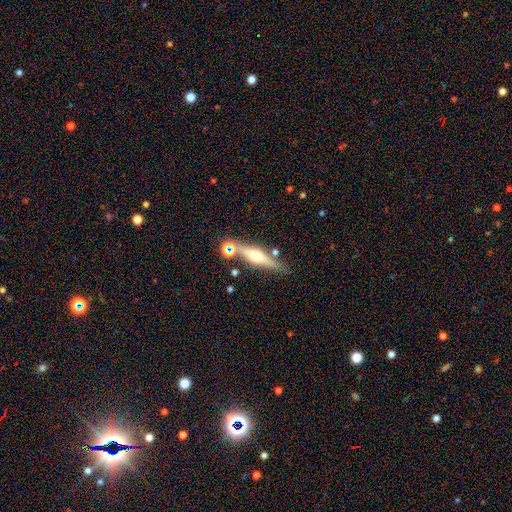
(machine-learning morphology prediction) Smooth or featured? featured or disk (64%)
Edge-on disk? yes (94%)
Edge-on bulge? rounded (94%)
Merging? none (77%)